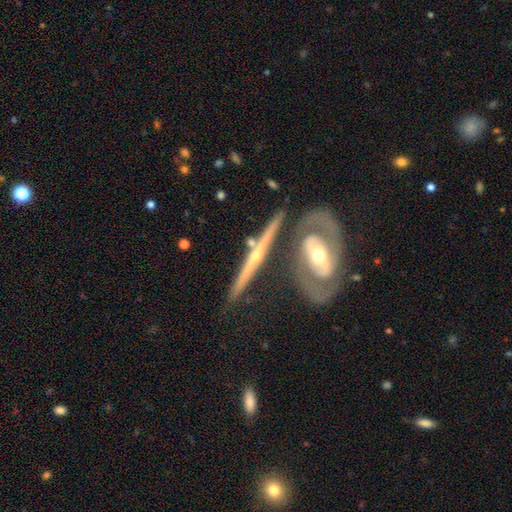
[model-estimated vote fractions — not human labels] featured or disk 81%, smooth 13%, star or artifact 6%. Down the decision tree: edge-on disk — yes (85%); edge-on bulge — rounded (82%); merging — none (72%).